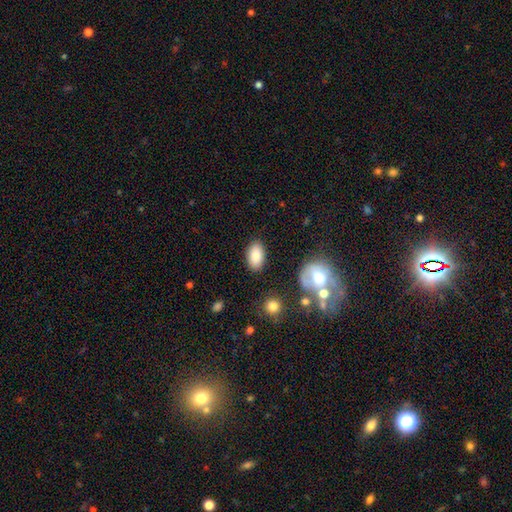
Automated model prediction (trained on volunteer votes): smooth-or-featured: smooth: 84% | featured or disk: 8% | star or artifact: 8%
  how-rounded: in between: 93% | round: 5% | cigar-shaped: 2%
  merging: none: 85% | minor disturbance: 9% | major disturbance: 3% | merger: 3%